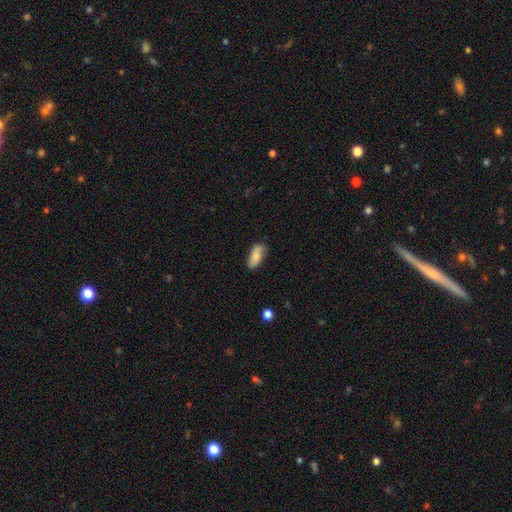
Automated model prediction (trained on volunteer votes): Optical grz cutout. It shows a smooth galaxy with no disk features (80%) that is in between round and cigar-shaped (85%). Merging: none (65%).